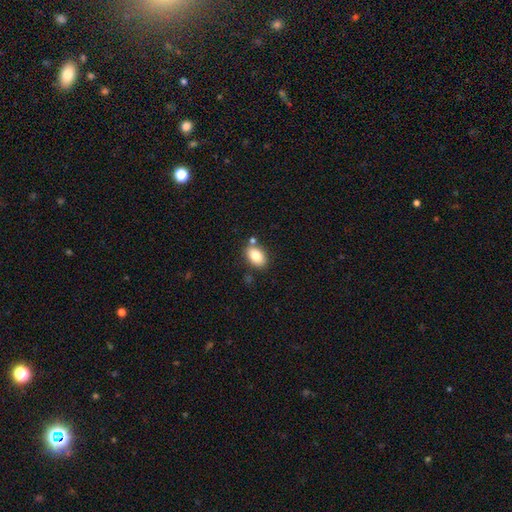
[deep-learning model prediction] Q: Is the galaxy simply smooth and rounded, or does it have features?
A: smooth — 82%.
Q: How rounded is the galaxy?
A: in between — 86%.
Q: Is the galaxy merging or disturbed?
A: none — 75%.